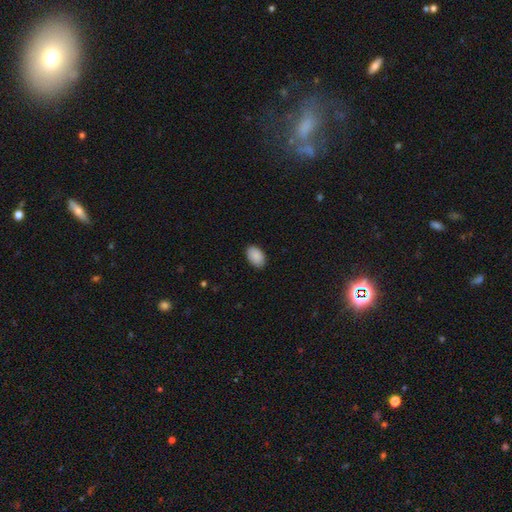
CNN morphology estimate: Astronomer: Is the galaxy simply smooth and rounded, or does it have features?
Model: smooth — 90%.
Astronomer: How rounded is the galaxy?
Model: in between — 91%.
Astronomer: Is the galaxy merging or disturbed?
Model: none — 88%.